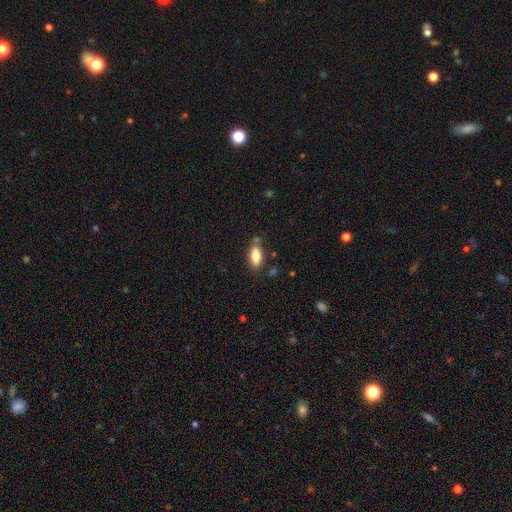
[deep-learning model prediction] Q: Smooth or featured?
A: smooth (81%); runner-up: featured or disk (12%)
Q: How rounded?
A: in between (85%); runner-up: cigar-shaped (12%)
Q: Merging?
A: none (74%); runner-up: minor disturbance (17%)